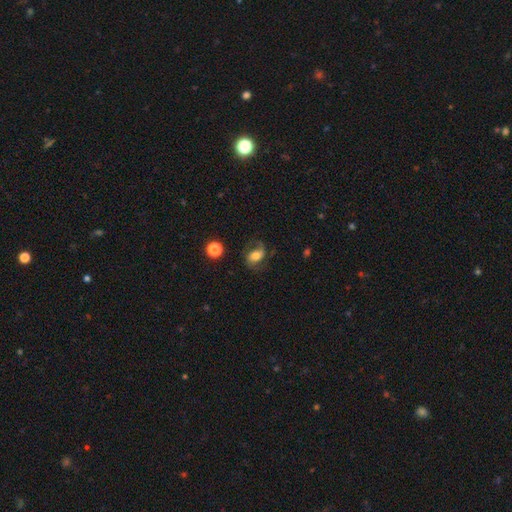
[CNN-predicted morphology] Smooth or featured? Predicted: featured or disk (p=0.57). Edge-on disk? Predicted: no (p=0.95). Bar? Predicted: no (p=0.43). Spiral arms? Predicted: yes (p=0.89). Bulge size? Predicted: moderate (p=0.54). Merging? Predicted: none (p=0.66).